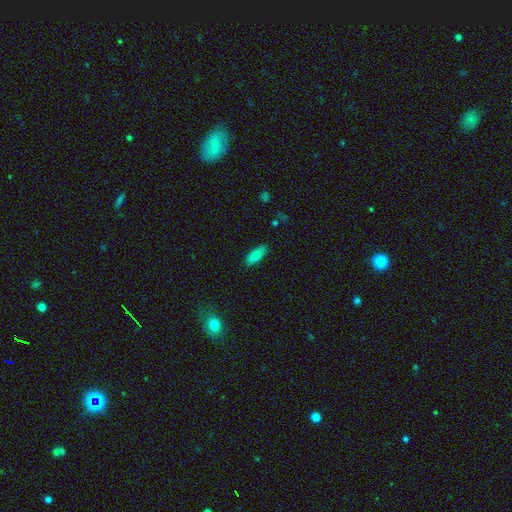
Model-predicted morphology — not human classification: Smooth or featured?
  - smooth: 78% *
  - featured or disk: 14%
  - star or artifact: 8%
How rounded?
  - in between: 75% *
  - cigar-shaped: 22%
  - round: 2%
Merging?
  - none: 87% *
  - minor disturbance: 10%
  - major disturbance: 2%
  - merger: 1%